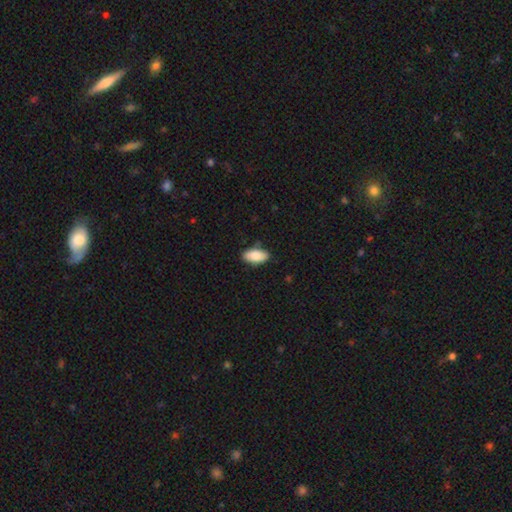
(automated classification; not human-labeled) The model was most divided on "merging": none: 82%, minor disturbance: 14%, major disturbance: 2%, merger: 1%. More confident: how rounded — in between (93%); smooth or featured — smooth (84%).